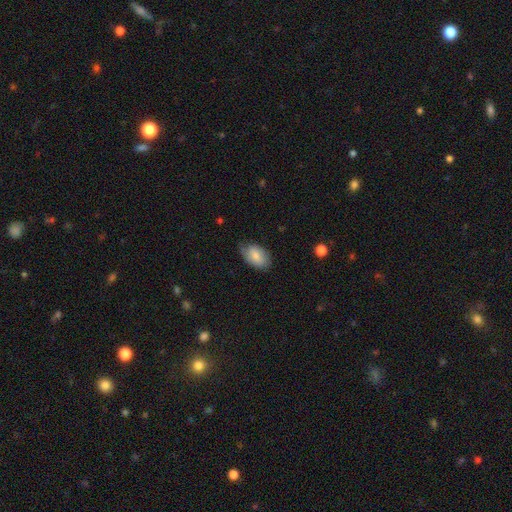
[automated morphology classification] Smooth or featured? Predicted: smooth (p=0.75). How rounded? Predicted: in between (p=0.91). Merging? Predicted: none (p=0.62).